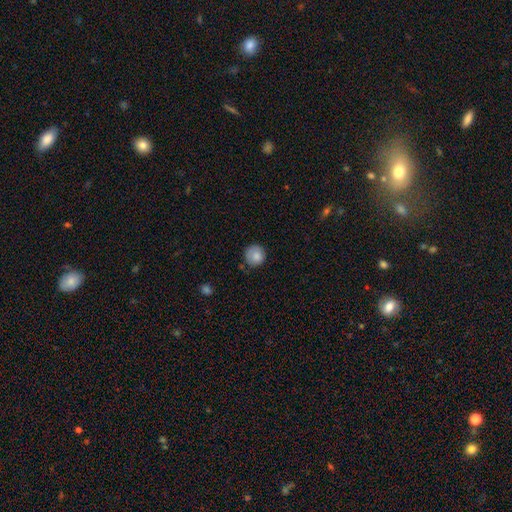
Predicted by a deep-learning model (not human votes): The model was most divided on "merging": none: 73%, minor disturbance: 20%, major disturbance: 4%, merger: 2%. More confident: how rounded — round (91%); smooth or featured — smooth (83%).